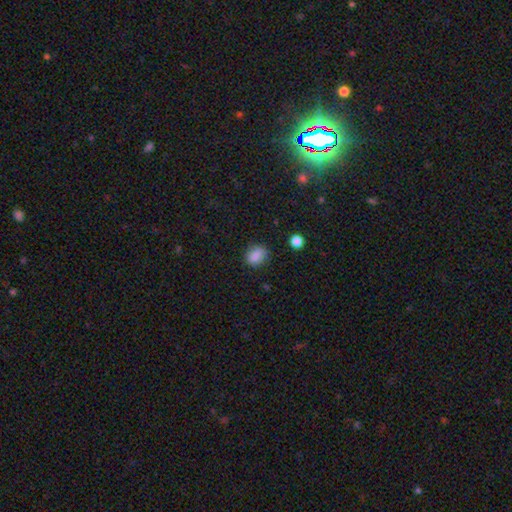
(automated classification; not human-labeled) This appears to be a smooth galaxy with no disk features (85%) that is in between round and cigar-shaped (56%). Merging: none (78%).